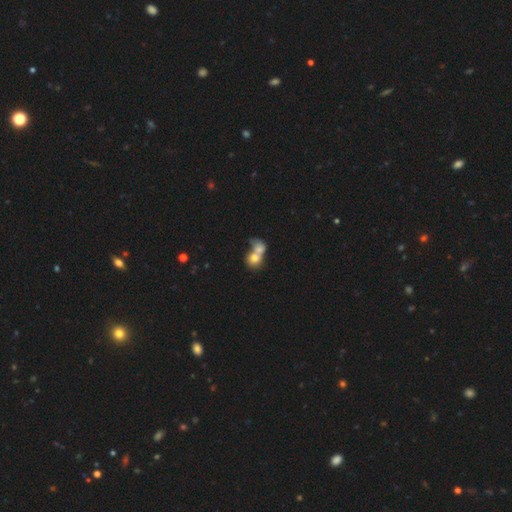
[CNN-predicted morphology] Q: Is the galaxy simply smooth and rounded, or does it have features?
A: smooth — 71%.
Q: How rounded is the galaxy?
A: round — 65%.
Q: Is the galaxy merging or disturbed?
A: merger — 75%.